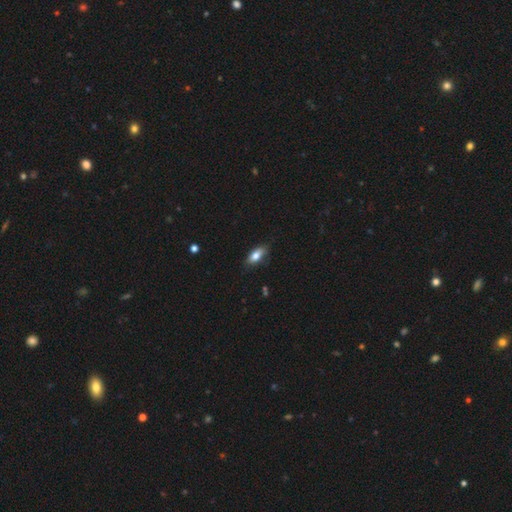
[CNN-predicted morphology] A smooth galaxy with no disk features (77%) that is in between round and cigar-shaped (84%). Merging: none (78%).